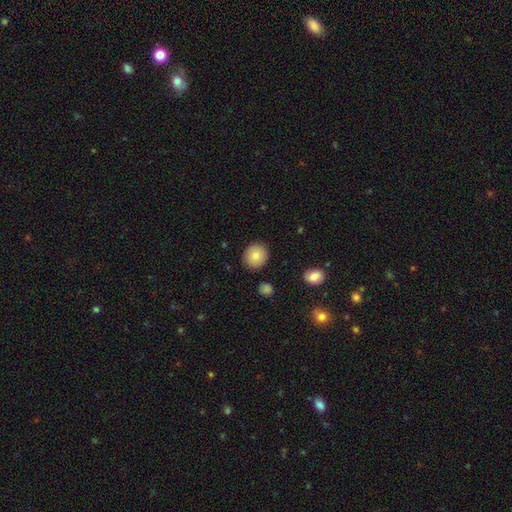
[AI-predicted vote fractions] This appears to be a smooth galaxy with no disk features (82%) that is round (85%). Merging: none (89%).